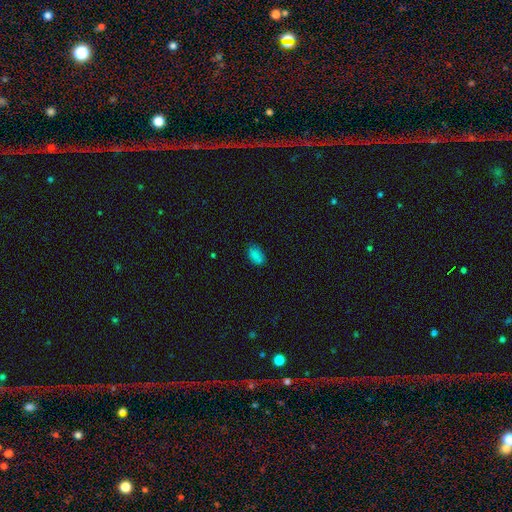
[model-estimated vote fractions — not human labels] smooth_or_featured: smooth (p=0.82) [alt: star or artifact p=0.13]
how_rounded: in between (p=0.91) [alt: round p=0.06]
merging: none (p=0.79) [alt: minor disturbance p=0.15]